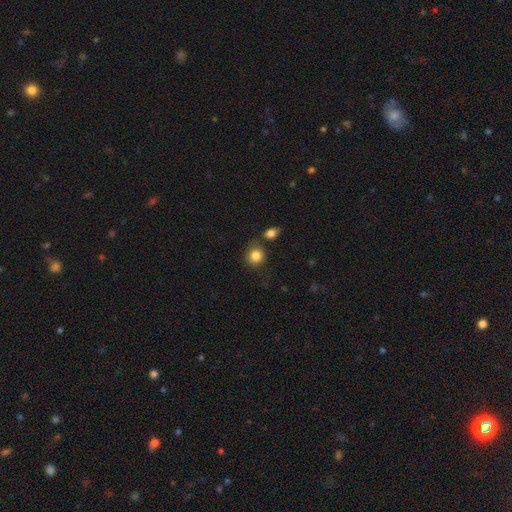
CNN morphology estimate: The model was most divided on "merging": none: 73%, minor disturbance: 12%, merger: 11%, major disturbance: 4%. More confident: smooth or featured — smooth (84%); how rounded — round (83%).